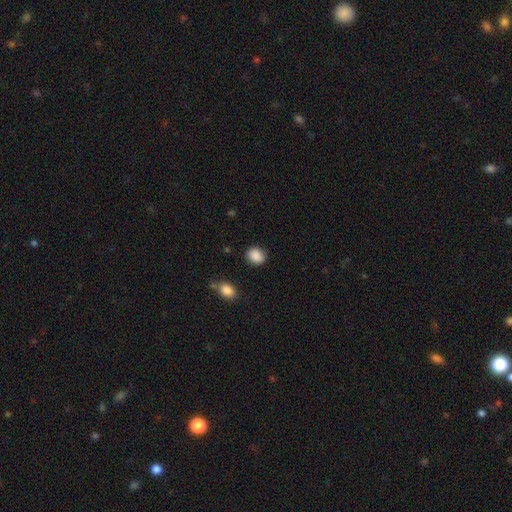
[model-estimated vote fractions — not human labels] Overall: smooth (88%). How rounded: round (62%; in between 37%). Merging: none (83%).